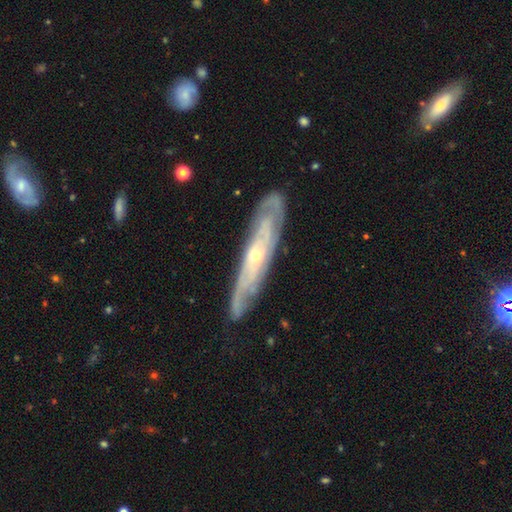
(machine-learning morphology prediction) A featured or disk galaxy (81%).

Vote fractions:
- Smooth or featured? featured or disk: 81% / smooth: 13% / star or artifact: 6%
- Edge-on disk? no: 60% / yes: 40%
- Merging? none: 81% / minor disturbance: 14% / major disturbance: 3% / merger: 1%